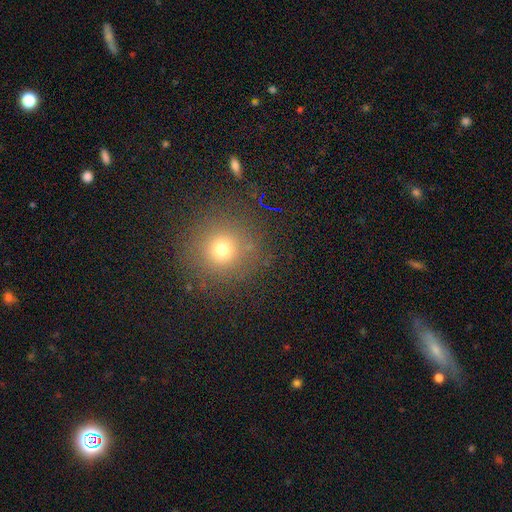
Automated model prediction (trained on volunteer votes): smooth 65%, star or artifact 26%, featured or disk 9%. Down the decision tree: how rounded — round (94%); merging — none (88%).